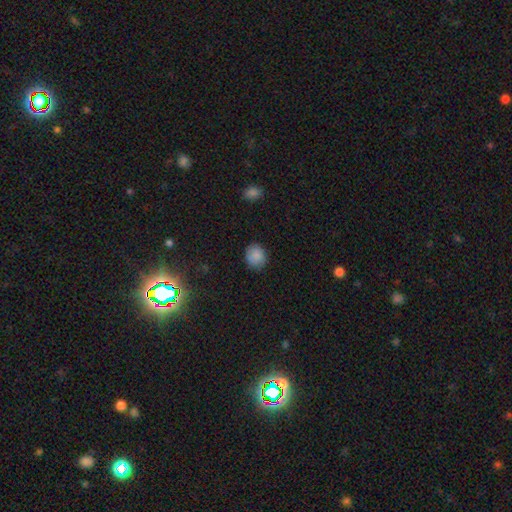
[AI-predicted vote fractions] Smooth or featured? Predicted: smooth (p=0.85). How rounded? Predicted: round (p=0.73). Merging? Predicted: none (p=0.83).